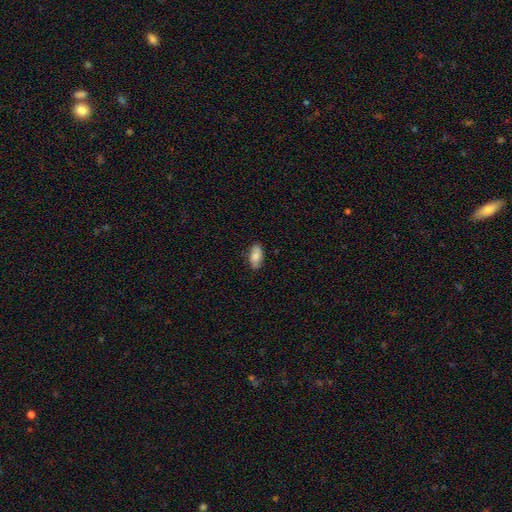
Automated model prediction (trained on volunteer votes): smooth_or_featured: smooth (p=0.79) [alt: featured or disk p=0.14]
how_rounded: in between (p=0.92) [alt: cigar-shaped p=0.05]
merging: none (p=0.82) [alt: minor disturbance p=0.14]